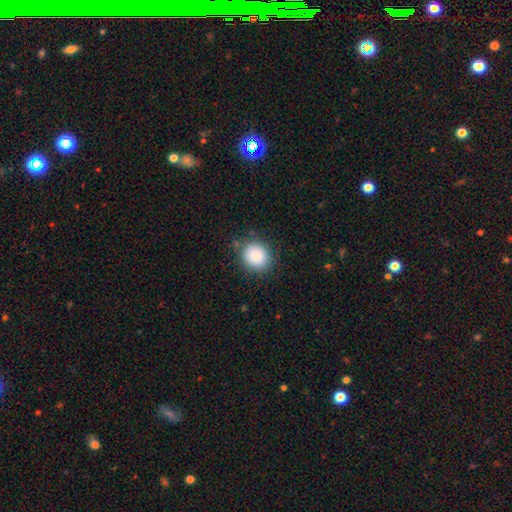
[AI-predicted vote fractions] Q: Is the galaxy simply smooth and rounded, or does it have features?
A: smooth — 87%.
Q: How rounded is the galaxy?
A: round — 74%.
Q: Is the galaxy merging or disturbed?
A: none — 83%.